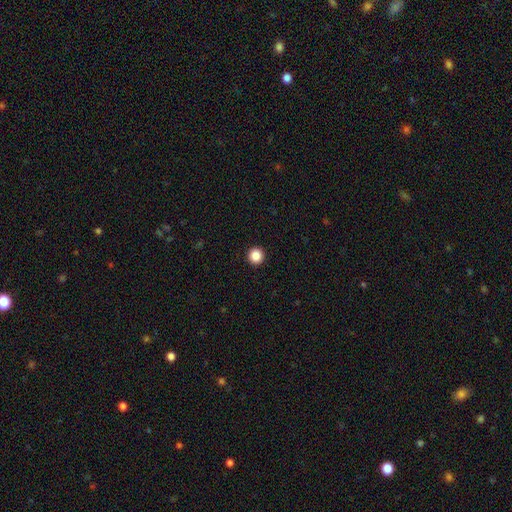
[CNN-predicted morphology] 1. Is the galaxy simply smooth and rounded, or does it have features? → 87% smooth, 10% star or artifact, 3% featured or disk.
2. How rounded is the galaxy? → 95% round, 4% in between, 1% cigar-shaped.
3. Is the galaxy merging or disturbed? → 94% none, 4% minor disturbance, 1% major disturbance, 1% merger.